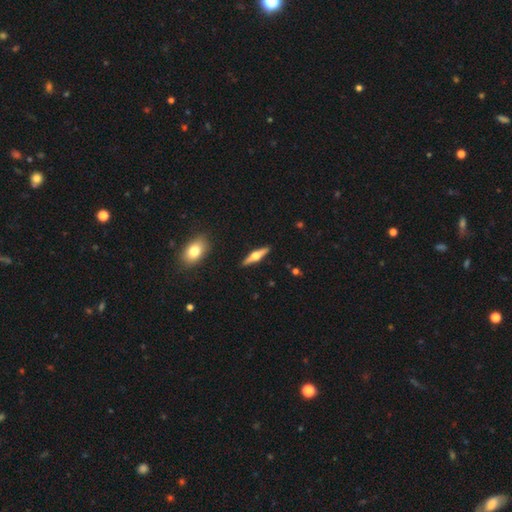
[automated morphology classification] Smooth or featured?
  - featured or disk: 71% *
  - smooth: 24%
  - star or artifact: 5%
Edge-on disk?
  - yes: 97% *
  - no: 3%
Edge-on bulge?
  - rounded: 95% *
  - boxy: 3%
  - none: 2%
Merging?
  - none: 91% *
  - minor disturbance: 6%
  - major disturbance: 1%
  - merger: 1%